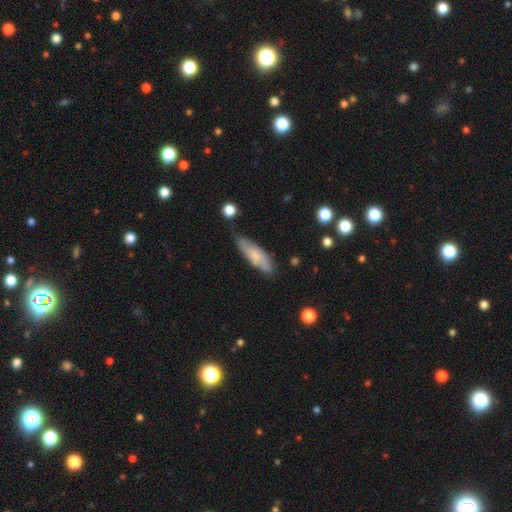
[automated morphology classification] This appears to be a smooth galaxy with no disk features (57%) that is cigar-shaped (51%). Merging: none (73%).